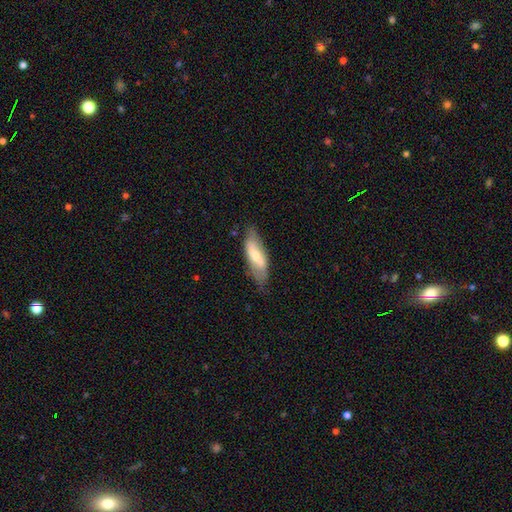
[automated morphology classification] Smooth or featured: smooth — 54% (featured or disk — 41%)
How rounded: in between — 65% (cigar-shaped — 33%)
Merging: none — 65% (minor disturbance — 26%)